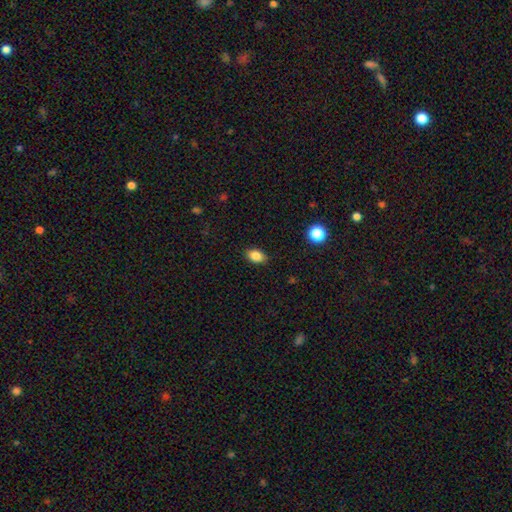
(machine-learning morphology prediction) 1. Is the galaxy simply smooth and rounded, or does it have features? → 85% smooth, 9% star or artifact, 6% featured or disk.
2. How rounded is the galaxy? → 83% in between, 15% round, 2% cigar-shaped.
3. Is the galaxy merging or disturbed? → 87% none, 10% minor disturbance, 2% major disturbance, 1% merger.